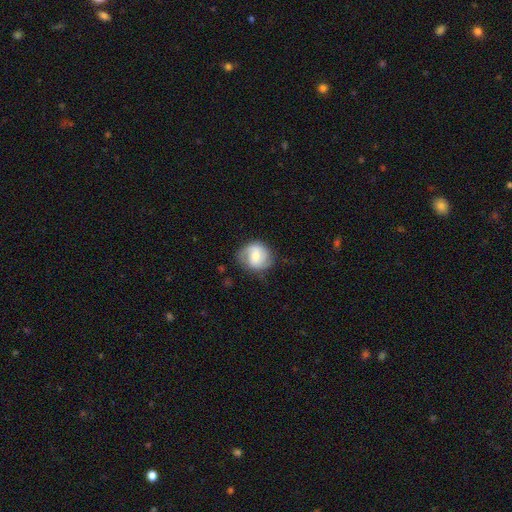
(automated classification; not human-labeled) The model was most divided on "bar": weak: 48%, no: 36%, strong: 15%. More confident: edge-on disk — no (97%); spiral arms — yes (89%); merging — none (72%); smooth or featured — featured or disk (57%); bulge size — moderate (54%).